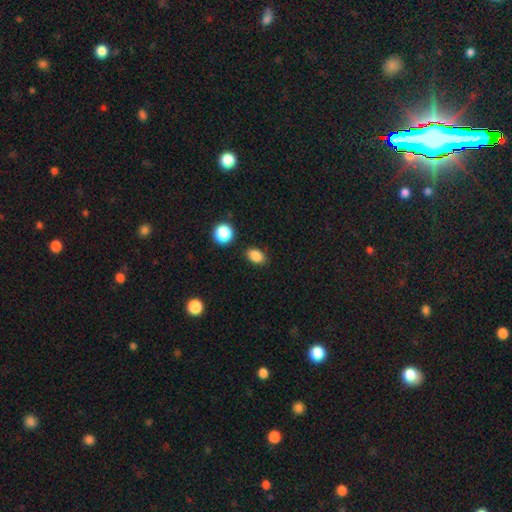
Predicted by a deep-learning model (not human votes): Smooth or featured: smooth — 85% (star or artifact — 11%)
How rounded: in between — 79% (round — 19%)
Merging: none — 86% (minor disturbance — 10%)